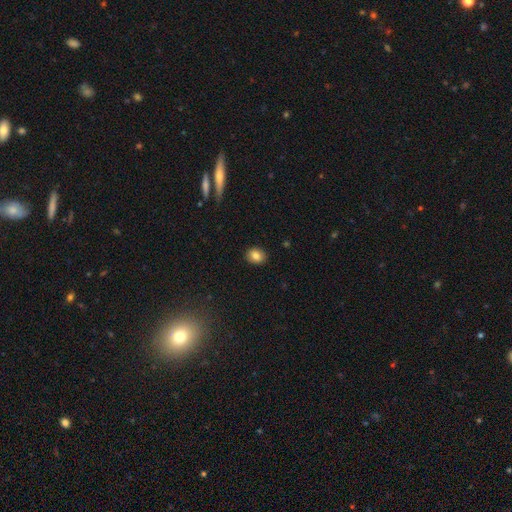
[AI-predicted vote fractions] Overall: smooth (83%). How rounded: round (51%; in between 48%). Merging: none (89%).